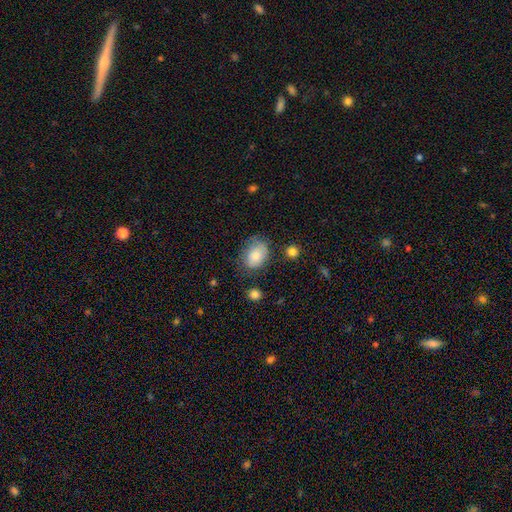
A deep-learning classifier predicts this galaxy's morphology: smooth_or_featured: smooth (p=0.79) [alt: featured or disk p=0.13]
how_rounded: in between (p=0.67) [alt: round p=0.32]
merging: none (p=0.62) [alt: minor disturbance p=0.26]